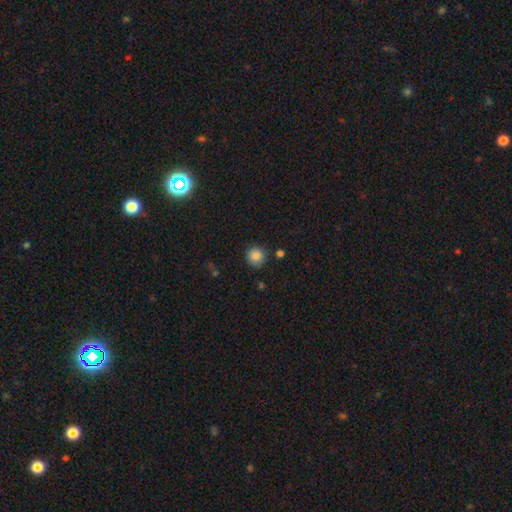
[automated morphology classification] The model was most divided on "smooth or featured": smooth: 85%, star or artifact: 10%, featured or disk: 6%. More confident: how rounded — round (94%); merging — none (85%).